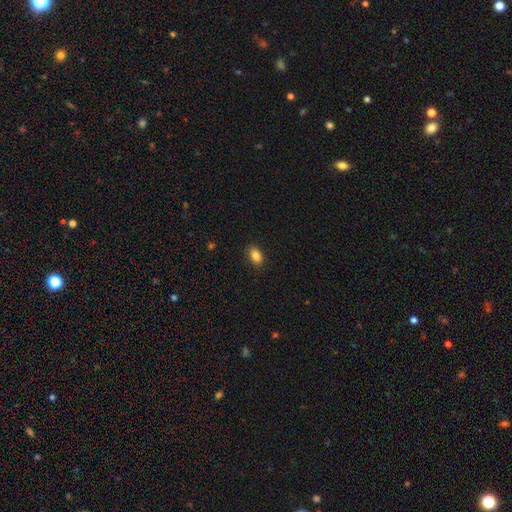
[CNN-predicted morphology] Q: Smooth or featured?
A: smooth (86%); runner-up: star or artifact (8%)
Q: How rounded?
A: in between (87%); runner-up: round (11%)
Q: Merging?
A: none (87%); runner-up: minor disturbance (10%)